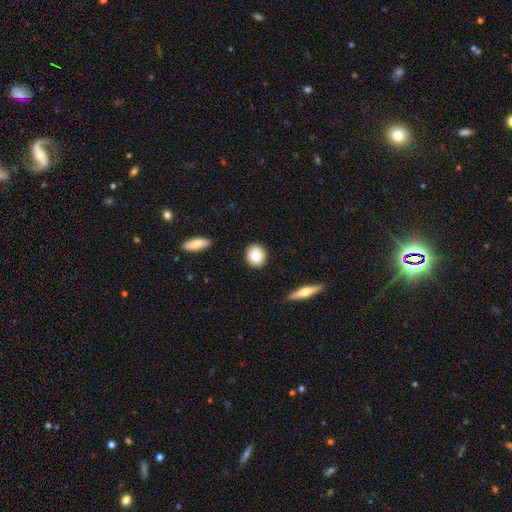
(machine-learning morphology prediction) Smooth or featured?
  - smooth: 84% *
  - featured or disk: 9%
  - star or artifact: 8%
How rounded?
  - round: 80% *
  - in between: 18%
  - cigar-shaped: 2%
Merging?
  - none: 89% *
  - minor disturbance: 8%
  - major disturbance: 2%
  - merger: 1%